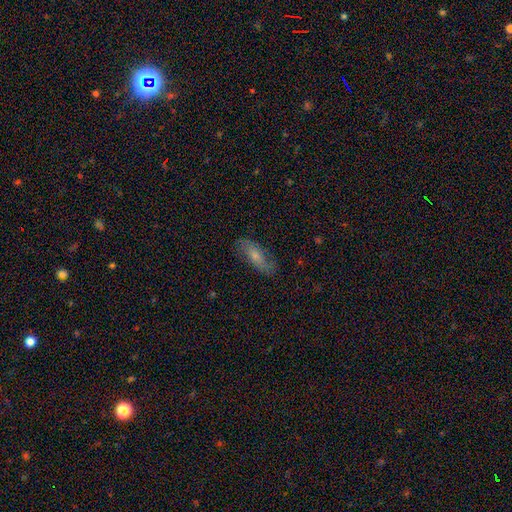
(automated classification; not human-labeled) Smooth or featured: smooth — 57% (featured or disk — 36%)
How rounded: in between — 66% (cigar-shaped — 31%)
Merging: none — 77% (minor disturbance — 17%)